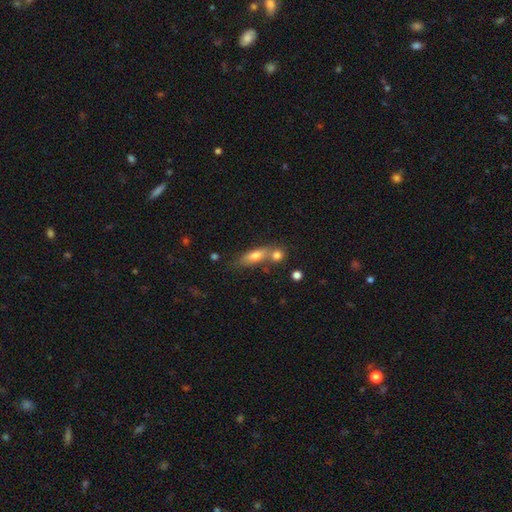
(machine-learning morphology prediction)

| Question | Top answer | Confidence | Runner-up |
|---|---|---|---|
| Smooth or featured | smooth | 69% | featured or disk (22%) |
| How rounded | in between | 56% | cigar-shaped (38%) |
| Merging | none | 45% | merger (37%) |